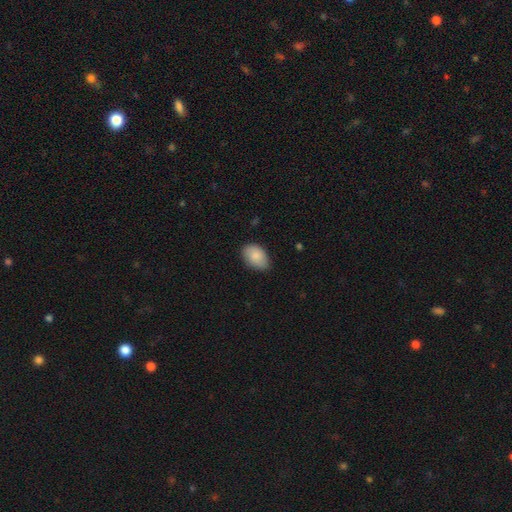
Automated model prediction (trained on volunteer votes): smooth-or-featured: smooth: 86% | featured or disk: 8% | star or artifact: 6%
  how-rounded: in between: 87% | round: 12% | cigar-shaped: 1%
  merging: none: 78% | minor disturbance: 18% | major disturbance: 3% | merger: 1%